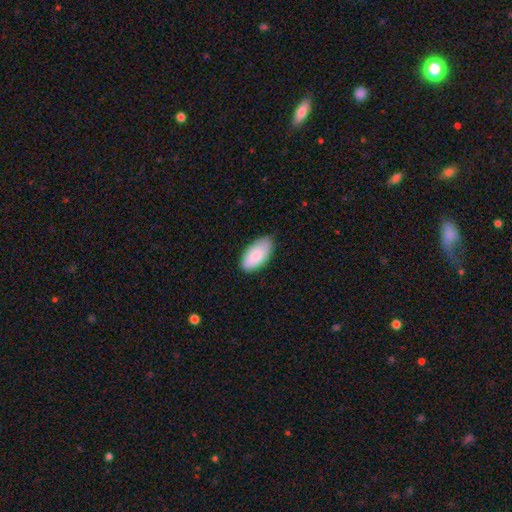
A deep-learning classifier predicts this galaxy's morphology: The model was most divided on "merging": none: 79%, minor disturbance: 18%, major disturbance: 2%, merger: 1%. More confident: how rounded — in between (95%); smooth or featured — smooth (85%).